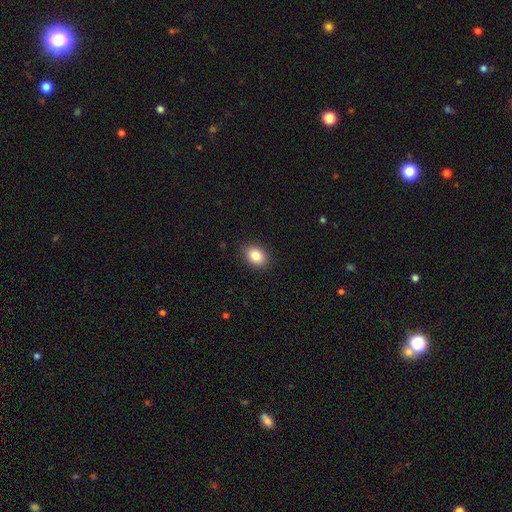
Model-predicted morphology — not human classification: smooth-or-featured: smooth: 86% | star or artifact: 8% | featured or disk: 6%
  how-rounded: in between: 76% | round: 23% | cigar-shaped: 1%
  merging: none: 88% | minor disturbance: 9% | major disturbance: 2% | merger: 1%